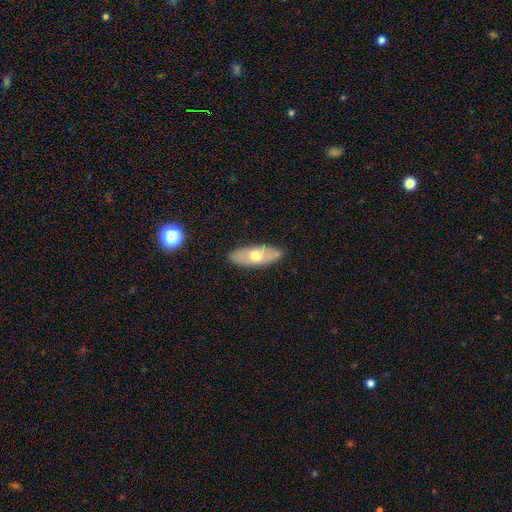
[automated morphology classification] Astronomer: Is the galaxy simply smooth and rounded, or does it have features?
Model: smooth — 48% (runner-up: featured or disk, 46%).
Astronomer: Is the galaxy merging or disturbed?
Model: none — 85%.